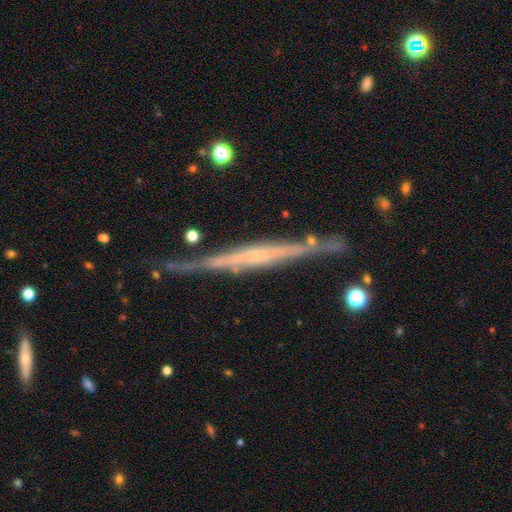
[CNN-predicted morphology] The model was most divided on "edge-on bulge": none: 55%, rounded: 25%, boxy: 20%. More confident: edge-on disk — yes (96%); merging — none (78%); smooth or featured — featured or disk (76%).